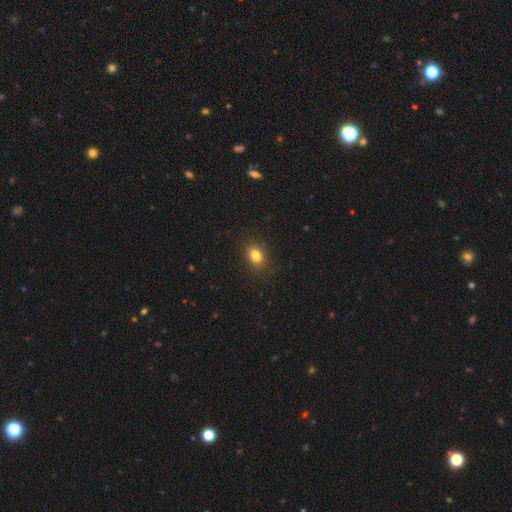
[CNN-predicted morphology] type=smooth (81%); roundness=in between (55%); merging=none (86%).